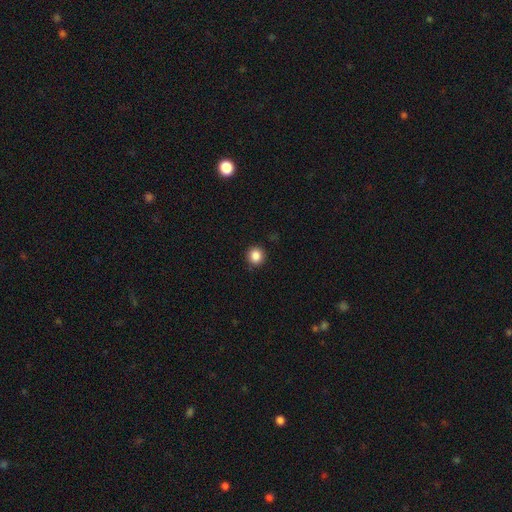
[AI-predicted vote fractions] This is clearly a smooth galaxy (87%). How rounded: clearly round (90%). Merging: clearly none (90%).